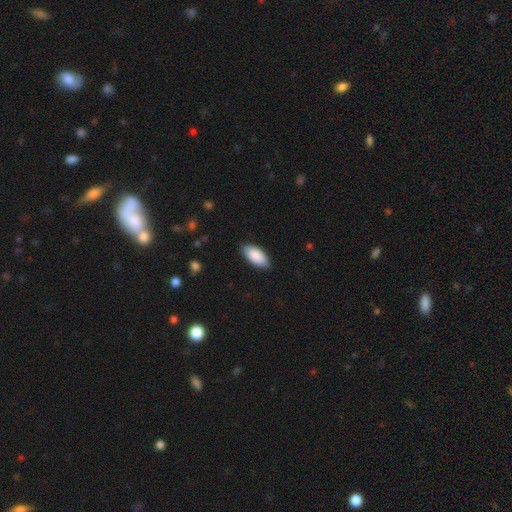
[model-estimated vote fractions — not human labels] Smooth or featured: smooth — 89% (featured or disk — 6%)
How rounded: in between — 92% (cigar-shaped — 6%)
Merging: none — 85% (minor disturbance — 12%)